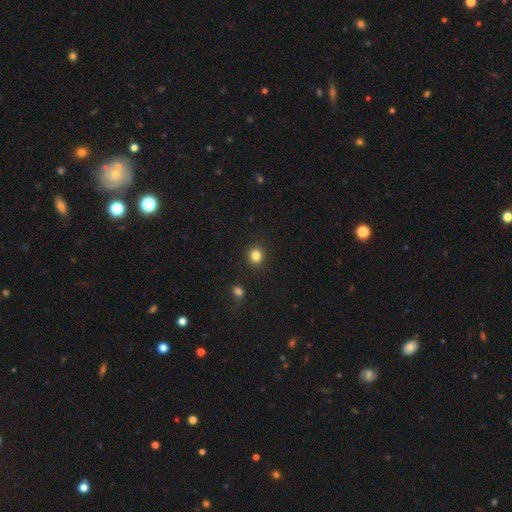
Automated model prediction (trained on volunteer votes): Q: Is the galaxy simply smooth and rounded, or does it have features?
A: smooth — 83%.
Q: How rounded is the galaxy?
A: round — 86%.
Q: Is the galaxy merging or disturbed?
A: none — 89%.